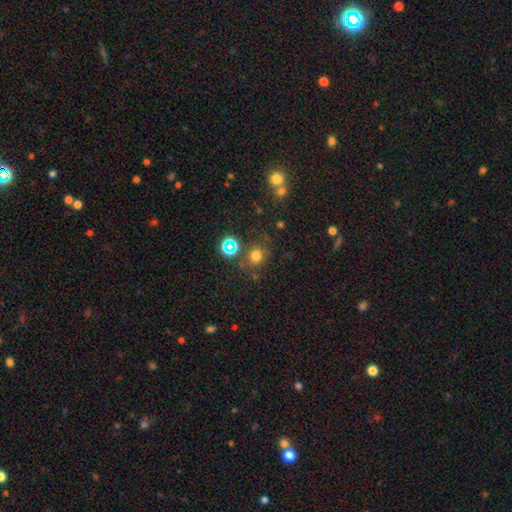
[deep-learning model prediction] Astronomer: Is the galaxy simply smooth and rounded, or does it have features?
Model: smooth — 71%.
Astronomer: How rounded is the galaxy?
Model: round — 81%.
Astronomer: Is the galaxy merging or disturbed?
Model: none — 72%.